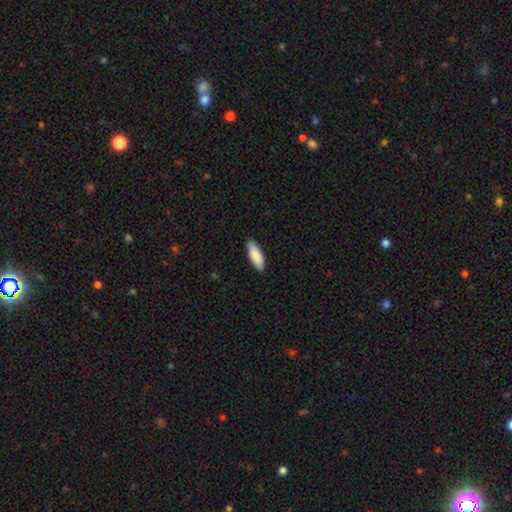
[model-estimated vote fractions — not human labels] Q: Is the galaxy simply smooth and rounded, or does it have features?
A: smooth — 88%.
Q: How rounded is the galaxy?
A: in between — 64%.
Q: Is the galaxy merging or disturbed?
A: none — 87%.